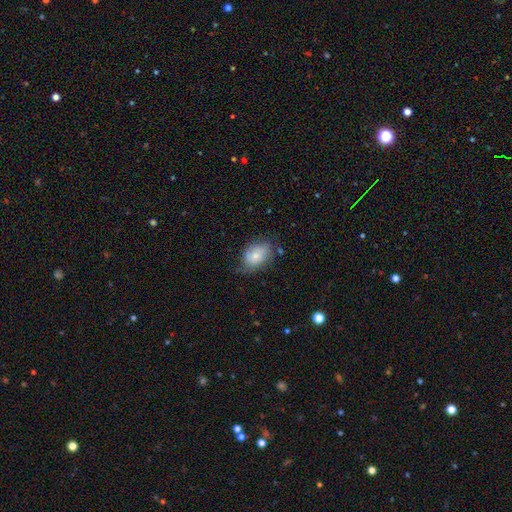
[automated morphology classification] smooth 73%, featured or disk 19%, star or artifact 8%. Down the decision tree: how rounded — in between (81%); merging — none (58%).